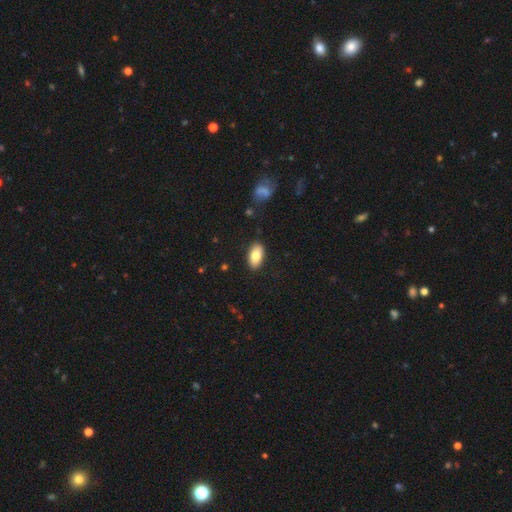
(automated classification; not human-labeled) Morphology: type=smooth (80%); roundness=in between (93%); merging=none (88%).